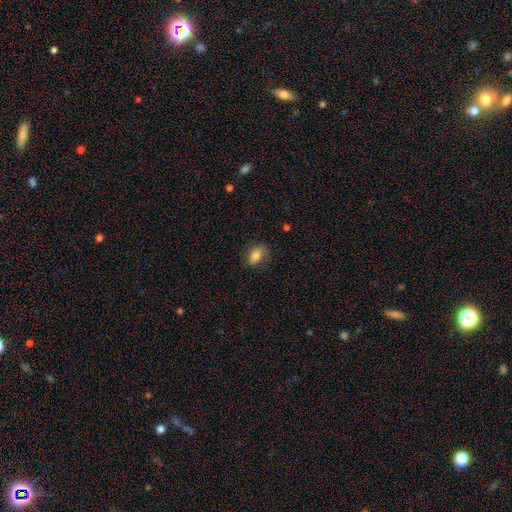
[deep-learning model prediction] Q: Smooth or featured?
A: smooth (75%); runner-up: featured or disk (17%)
Q: How rounded?
A: in between (86%); runner-up: round (8%)
Q: Merging?
A: none (72%); runner-up: minor disturbance (20%)